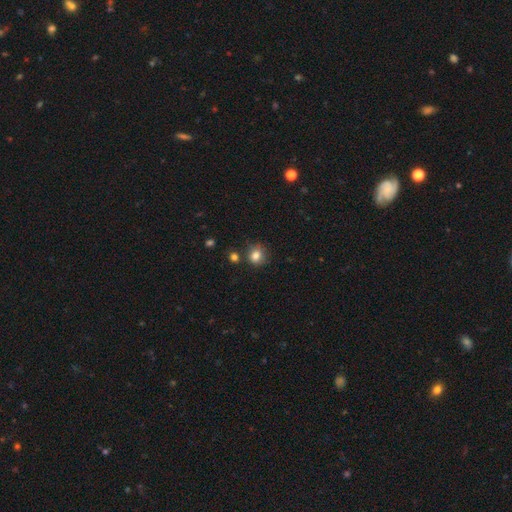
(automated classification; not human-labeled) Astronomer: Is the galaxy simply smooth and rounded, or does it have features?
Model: smooth — 81%.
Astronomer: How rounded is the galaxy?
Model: round — 85%.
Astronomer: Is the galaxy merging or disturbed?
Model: none — 77%.